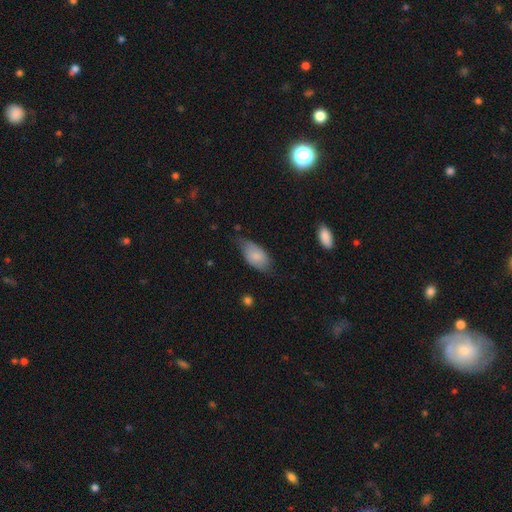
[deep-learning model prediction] Smooth or featured?
  - smooth: 78% *
  - featured or disk: 16%
  - star or artifact: 6%
How rounded?
  - in between: 92% *
  - round: 4%
  - cigar-shaped: 4%
Merging?
  - none: 52% *
  - minor disturbance: 36%
  - major disturbance: 9%
  - merger: 2%